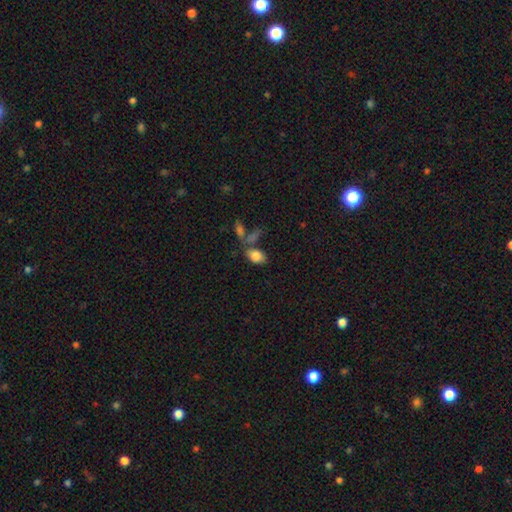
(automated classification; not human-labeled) smooth-or-featured: smooth: 83% | featured or disk: 9% | star or artifact: 8%
  how-rounded: in between: 90% | round: 8% | cigar-shaped: 2%
  merging: none: 51% | merger: 25% | minor disturbance: 16% | major disturbance: 7%